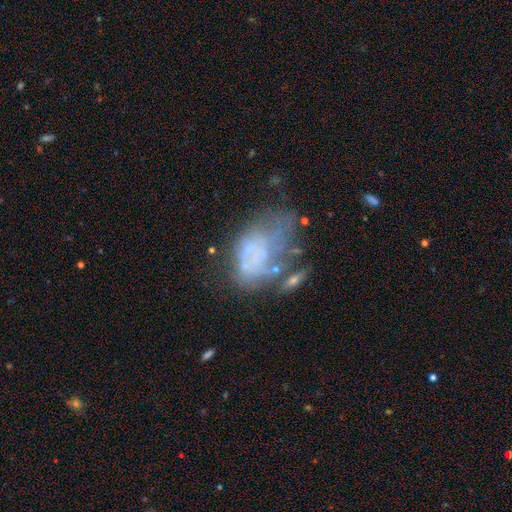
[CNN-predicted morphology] A featured or disk galaxy (51%). Merging: major disturbance (36%).